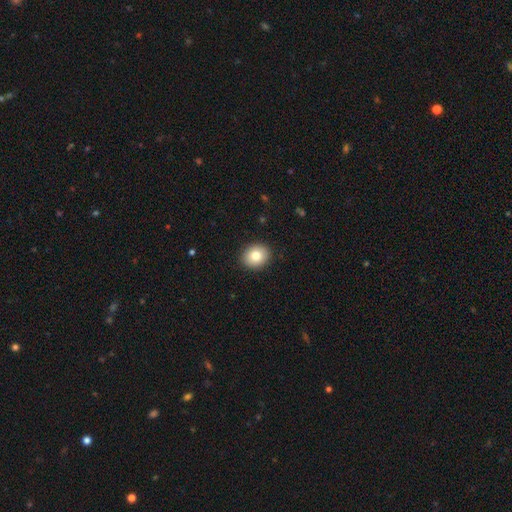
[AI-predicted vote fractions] Smooth or featured: smooth — 81% (featured or disk — 10%)
How rounded: round — 69% (in between — 30%)
Merging: none — 91% (minor disturbance — 6%)